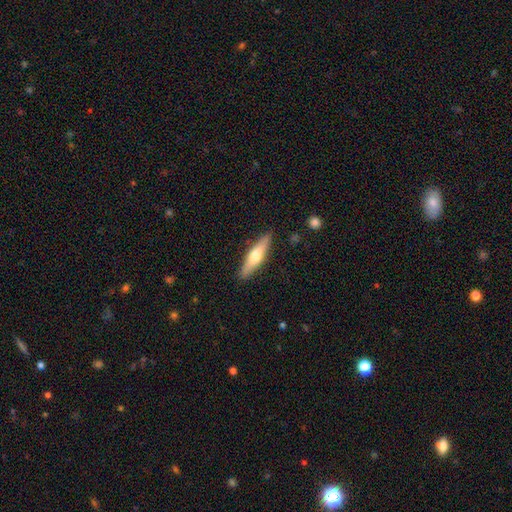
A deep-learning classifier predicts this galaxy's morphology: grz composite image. It shows a smooth galaxy with no disk features (52%) that is cigar-shaped (76%). Merging: none (88%).